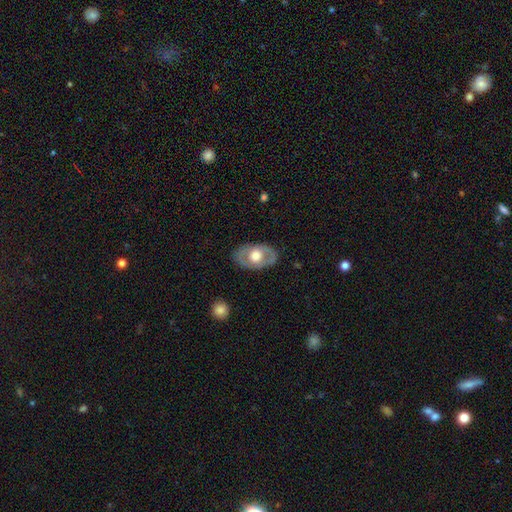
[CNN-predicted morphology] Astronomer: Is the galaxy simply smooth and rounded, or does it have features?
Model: featured or disk — 50% (runner-up: smooth, 45%).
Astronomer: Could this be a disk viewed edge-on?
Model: no — 87%.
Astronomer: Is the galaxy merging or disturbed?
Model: none — 83%.